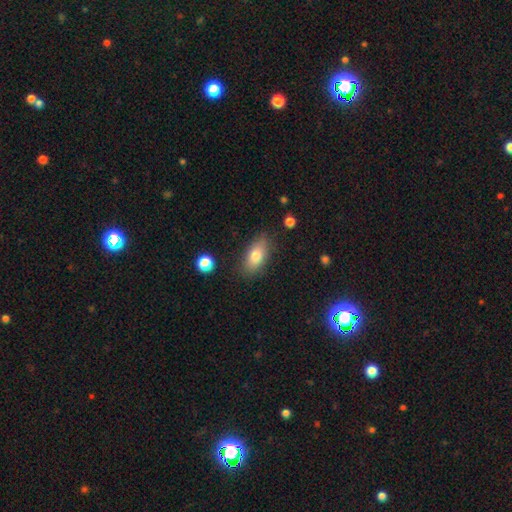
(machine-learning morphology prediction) type=smooth (76%); roundness=in between (87%); merging=none (81%).